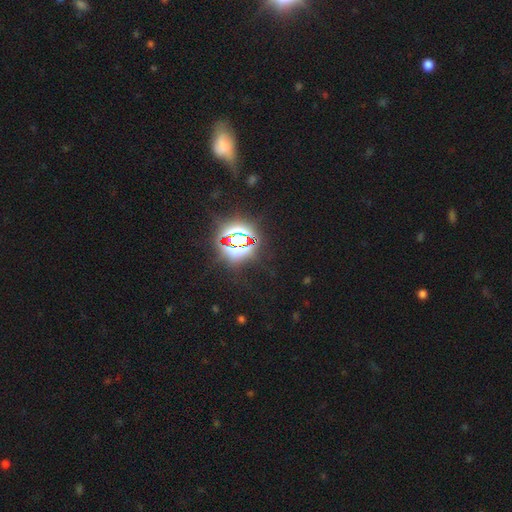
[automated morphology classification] The model was most divided on "smooth or featured": star or artifact: 78%, smooth: 13%, featured or disk: 9%.